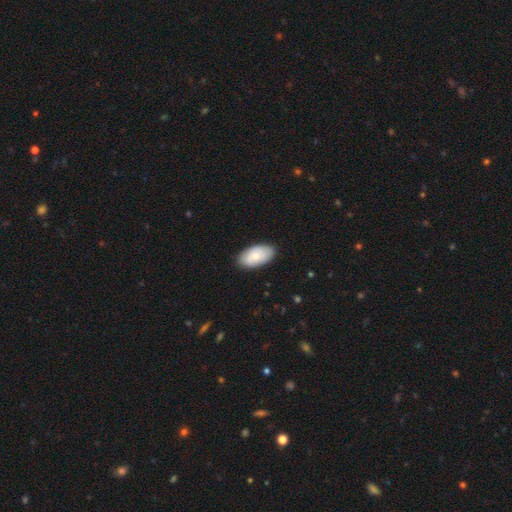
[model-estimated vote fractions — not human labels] This appears to be a smooth galaxy with no disk features (76%) that is in between round and cigar-shaped (95%). Merging: none (85%).